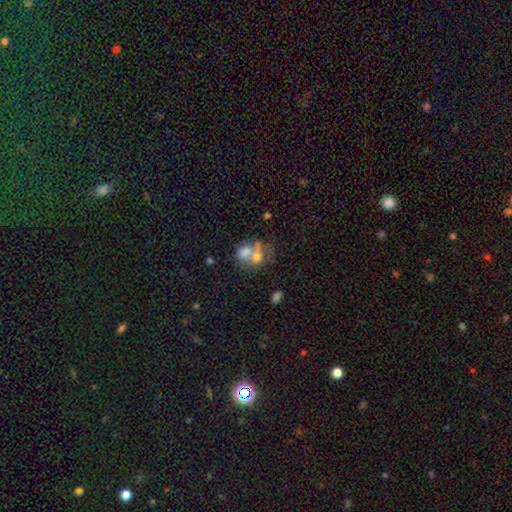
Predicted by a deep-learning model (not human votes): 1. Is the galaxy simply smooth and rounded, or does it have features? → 58% smooth, 28% featured or disk, 13% star or artifact.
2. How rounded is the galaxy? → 49% round (tied), 49% in between (tied), 1% cigar-shaped.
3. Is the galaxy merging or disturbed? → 62% merger, 22% none, 8% major disturbance, 8% minor disturbance.